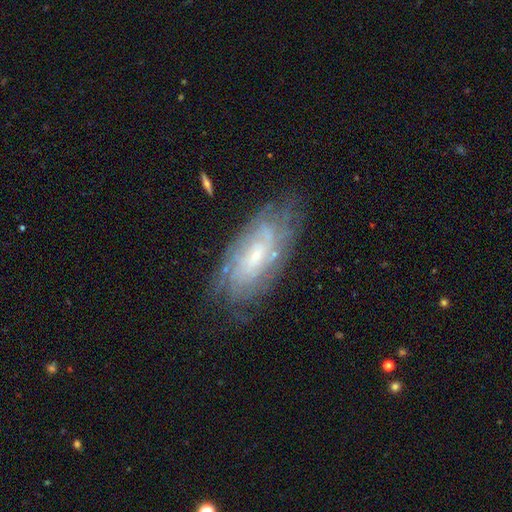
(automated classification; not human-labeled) featured or disk 76%, smooth 17%, star or artifact 7%. Down the decision tree: edge-on disk — no (91%); bar — no (63%); spiral arms — yes (87%); spiral arm count — can't tell (61%); spiral winding — tight (72%); bulge size — small (79%); merging — none (72%).